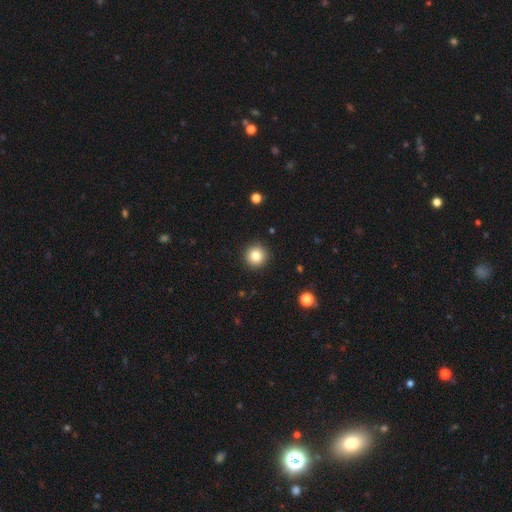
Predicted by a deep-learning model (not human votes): smooth 82%, star or artifact 10%, featured or disk 7%. Down the decision tree: how rounded — round (95%); merging — none (92%).